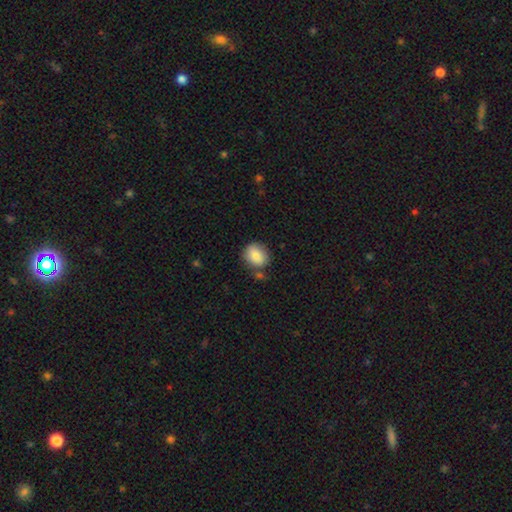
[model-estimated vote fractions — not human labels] smooth_or_featured: smooth (p=0.85) [alt: star or artifact p=0.08]
how_rounded: round (p=0.63) [alt: in between p=0.36]
merging: none (p=0.72) [alt: minor disturbance p=0.16]